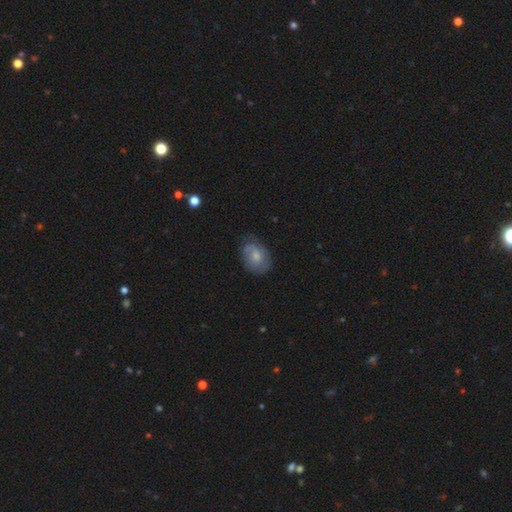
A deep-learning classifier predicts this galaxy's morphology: Overall: smooth (57%; featured or disk 36%). How rounded: in between (75%). Merging: none (61%; minor disturbance 28%).